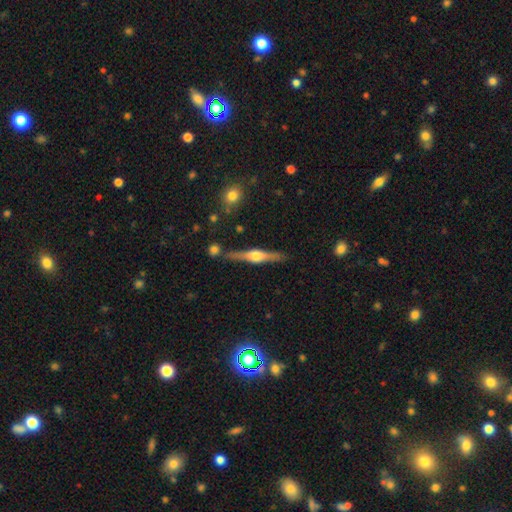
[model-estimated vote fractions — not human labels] Smooth or featured? featured or disk (75%)
Edge-on disk? yes (97%)
Edge-on bulge? rounded (92%)
Merging? none (85%)